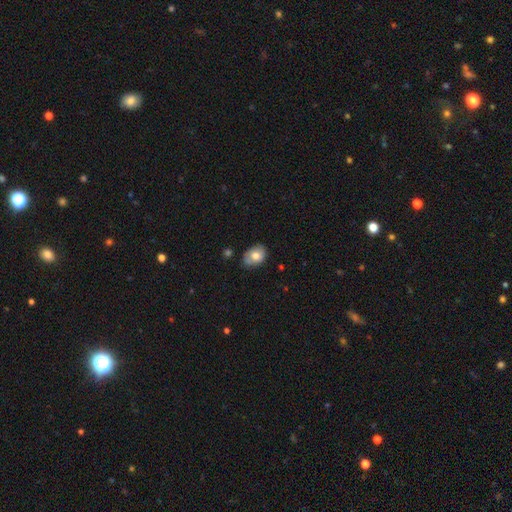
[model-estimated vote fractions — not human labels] Smooth or featured?
  - smooth: 72% *
  - featured or disk: 20%
  - star or artifact: 8%
How rounded?
  - in between: 75% *
  - round: 24%
  - cigar-shaped: 1%
Merging?
  - none: 68% *
  - minor disturbance: 25%
  - major disturbance: 4%
  - merger: 2%